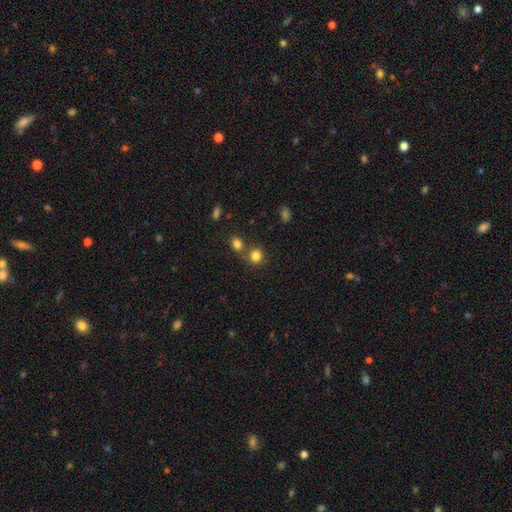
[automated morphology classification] Smooth or featured? Predicted: smooth (p=0.82). How rounded? Predicted: round (p=0.81). Merging? Predicted: none (p=0.61).